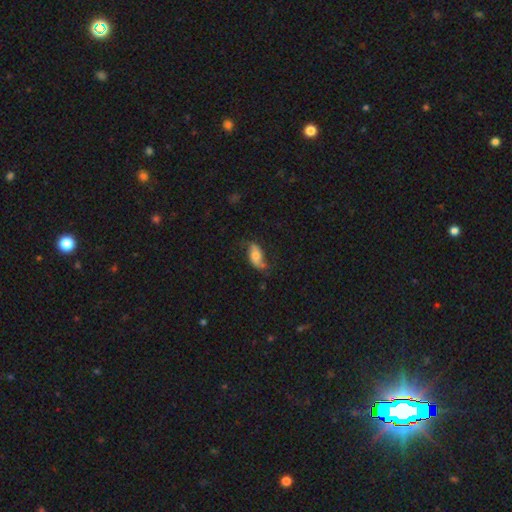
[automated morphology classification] Smooth or featured? Predicted: featured or disk (p=0.56). Edge-on disk? Predicted: no (p=0.91). Bar? Predicted: no (p=0.60). Spiral arms? Predicted: yes (p=0.88). Bulge size? Predicted: moderate (p=0.46). Merging? Predicted: none (p=0.63).